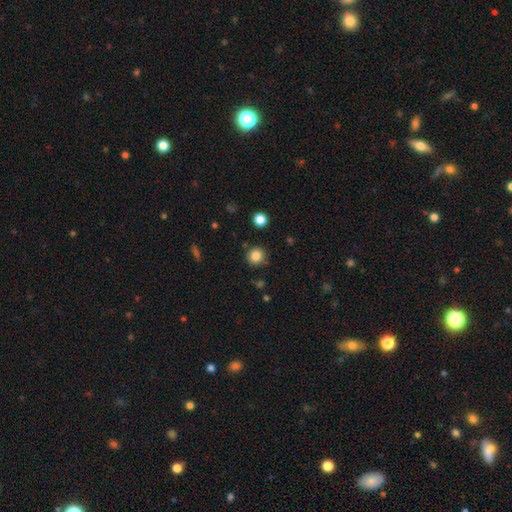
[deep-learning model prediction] smooth_or_featured: smooth (p=0.84) [alt: star or artifact p=0.11]
how_rounded: round (p=0.93) [alt: in between p=0.06]
merging: none (p=0.86) [alt: minor disturbance p=0.08]